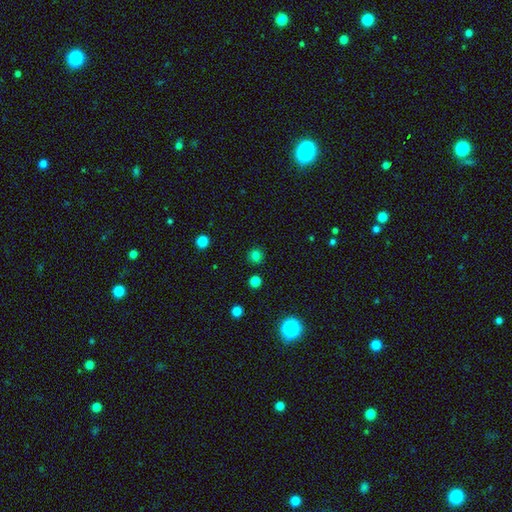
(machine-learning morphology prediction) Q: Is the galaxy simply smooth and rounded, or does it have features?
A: smooth — 79%.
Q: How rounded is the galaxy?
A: round — 90%.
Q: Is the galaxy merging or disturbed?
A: none — 89%.